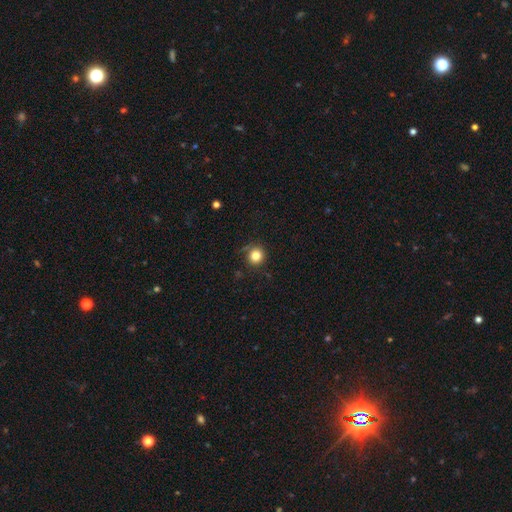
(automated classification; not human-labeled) Smooth or featured? Predicted: smooth (p=0.82). How rounded? Predicted: round (p=0.91). Merging? Predicted: none (p=0.82).